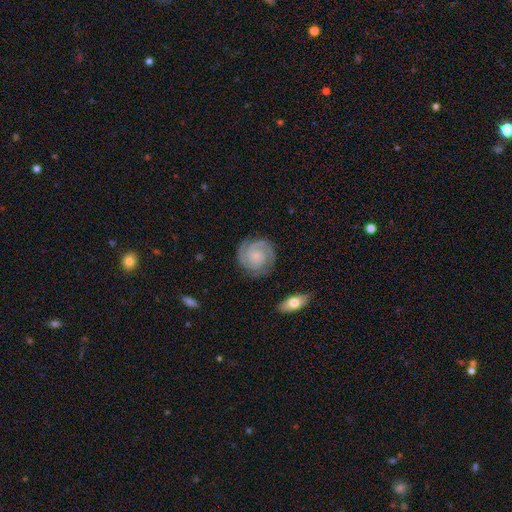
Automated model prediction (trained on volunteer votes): This is clearly a featured or disk galaxy (86%). It is clearly not viewed edge-on (98%). Bar: likely no (72%). Spiral arm pattern: clearly yes (98%). Spiral arm count: likely 2 (68%). Spiral winding: likely tight (74%). Central bulge: likely small (62%). Merging: clearly none (81%).